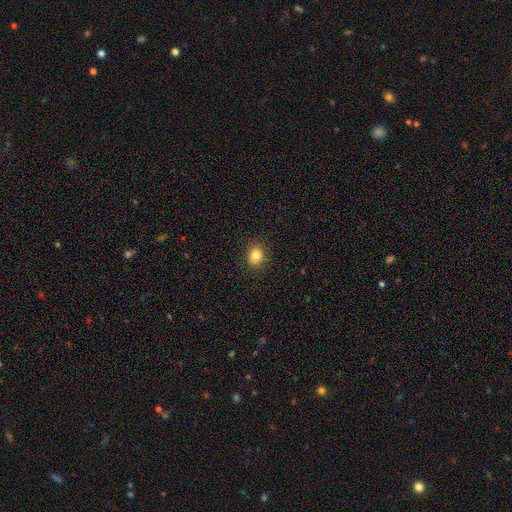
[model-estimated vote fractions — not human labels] Q: Smooth or featured?
A: smooth (84%); runner-up: star or artifact (10%)
Q: How rounded?
A: round (57%); runner-up: in between (43%)
Q: Merging?
A: none (90%); runner-up: minor disturbance (7%)